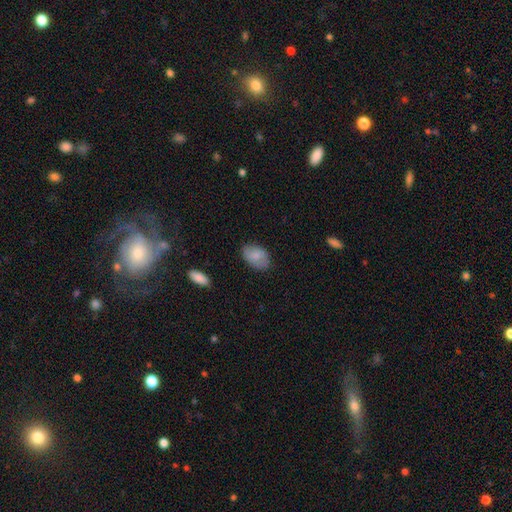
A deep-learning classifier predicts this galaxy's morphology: smooth-or-featured: smooth: 80% | featured or disk: 13% | star or artifact: 7%
  how-rounded: in between: 88% | round: 10% | cigar-shaped: 1%
  merging: none: 77% | minor disturbance: 18% | major disturbance: 4% | merger: 2%